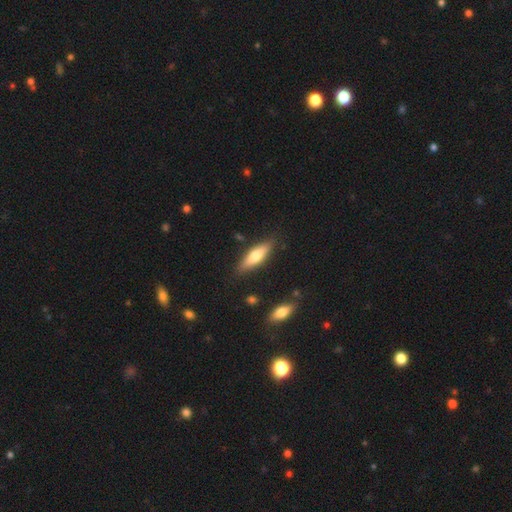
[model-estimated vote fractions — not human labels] smooth 63%, featured or disk 31%, star or artifact 6%. Down the decision tree: how rounded — cigar-shaped (56%); merging — none (84%).